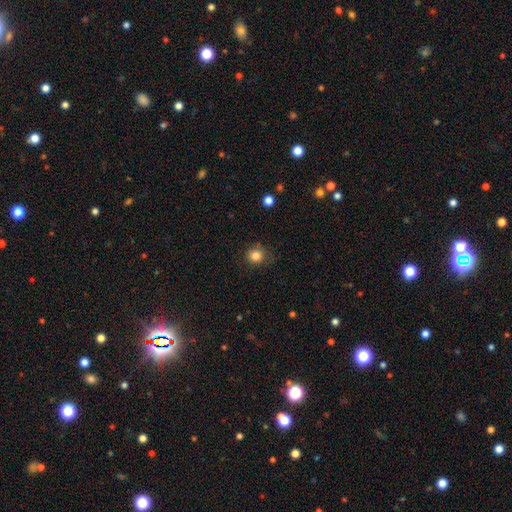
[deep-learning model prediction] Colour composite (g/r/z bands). It shows a smooth galaxy with no disk features (83%) that is round (89%). Merging: none (77%).